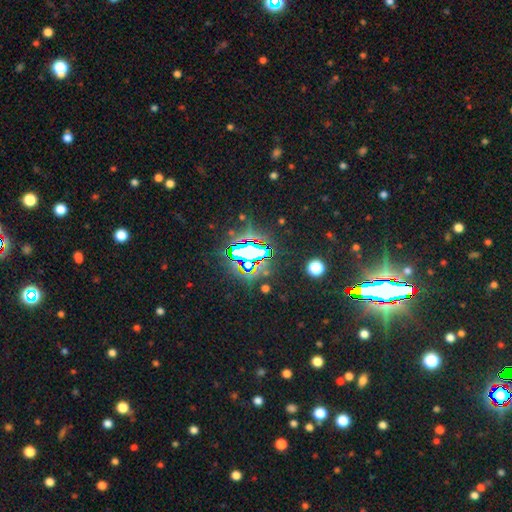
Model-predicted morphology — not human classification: Smooth or featured: star or artifact — 84% (smooth — 9%)